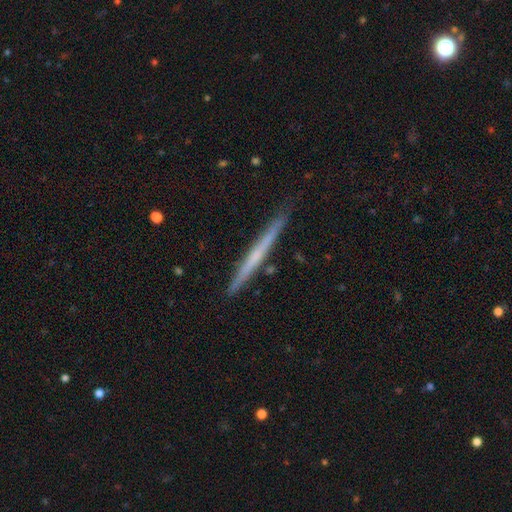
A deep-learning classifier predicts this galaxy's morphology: Smooth or featured? featured or disk (55%)
Edge-on disk? yes (97%)
Edge-on bulge? none (80%)
Merging? none (89%)